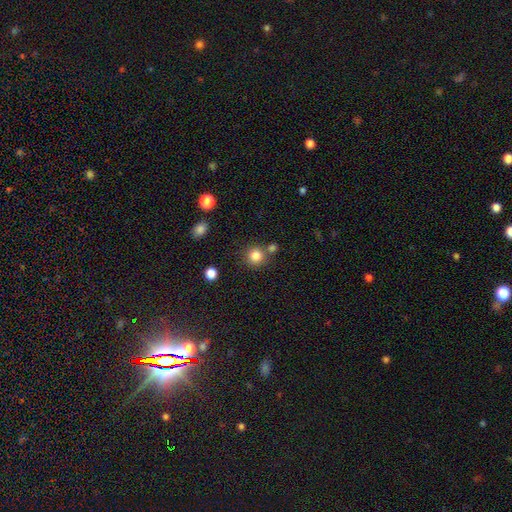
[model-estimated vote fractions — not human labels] A smooth galaxy with no disk features (83%) that is round (92%). Merging: none (74%).